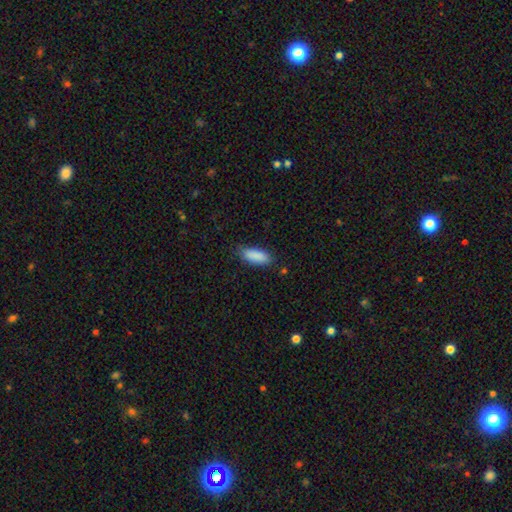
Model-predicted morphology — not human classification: A smooth galaxy with no disk features (90%) that is in between round and cigar-shaped (75%). Merging: none (82%).